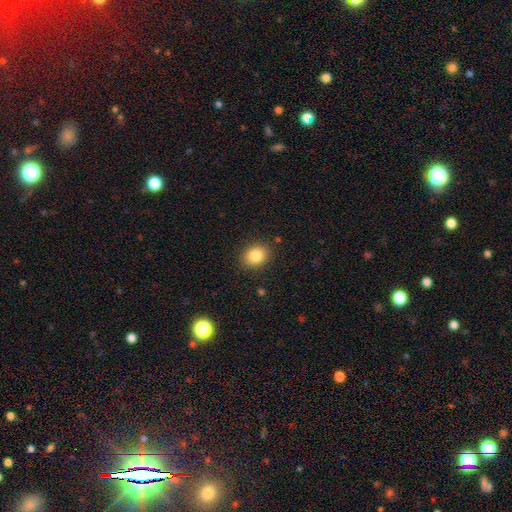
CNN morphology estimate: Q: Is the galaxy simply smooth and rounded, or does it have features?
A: smooth — 83%.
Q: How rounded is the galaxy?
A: round — 51%.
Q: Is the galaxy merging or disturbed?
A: none — 88%.